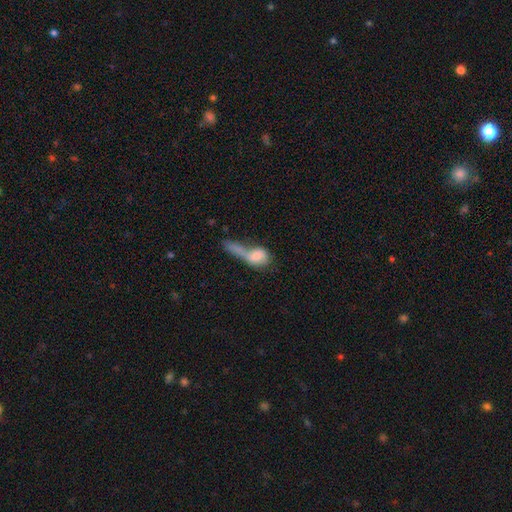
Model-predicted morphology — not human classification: This is likely a smooth galaxy (61%). How rounded: possibly in between (58%). Merging: possibly merger (48%).